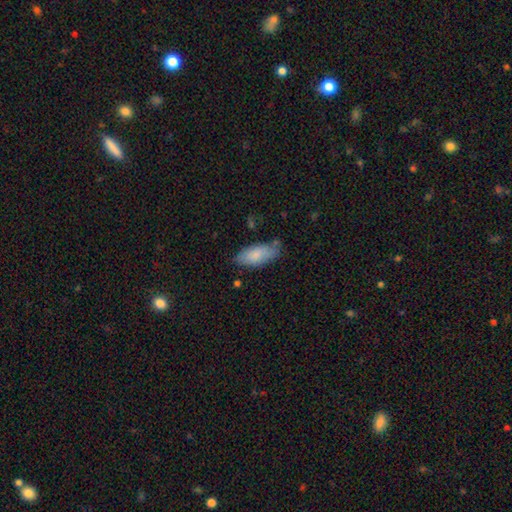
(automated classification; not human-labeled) Q: Smooth or featured?
A: smooth (81%); runner-up: featured or disk (13%)
Q: How rounded?
A: in between (81%); runner-up: cigar-shaped (17%)
Q: Merging?
A: none (71%); runner-up: minor disturbance (22%)